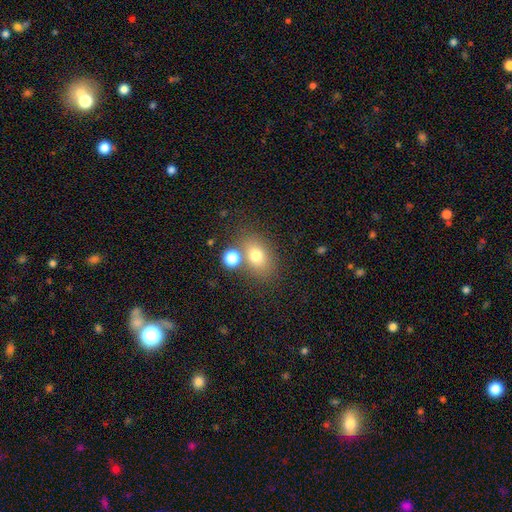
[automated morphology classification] smooth-or-featured: smooth: 75% | featured or disk: 13% | star or artifact: 13%
  how-rounded: in between: 67% | round: 31% | cigar-shaped: 2%
  merging: none: 66% | merger: 17% | minor disturbance: 12% | major disturbance: 5%